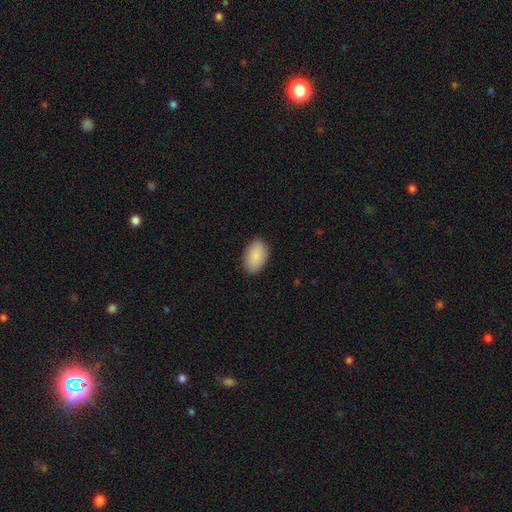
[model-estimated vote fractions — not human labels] Morphology: type=smooth (89%); roundness=in between (93%); merging=none (88%).